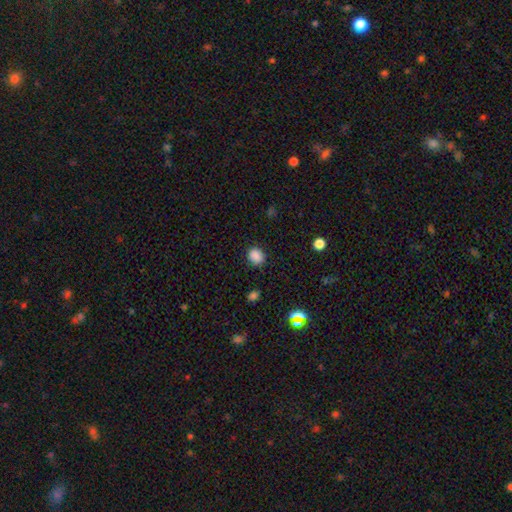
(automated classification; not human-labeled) This appears to be a smooth galaxy with no disk features (86%) that is round (63%). Merging: none (86%).